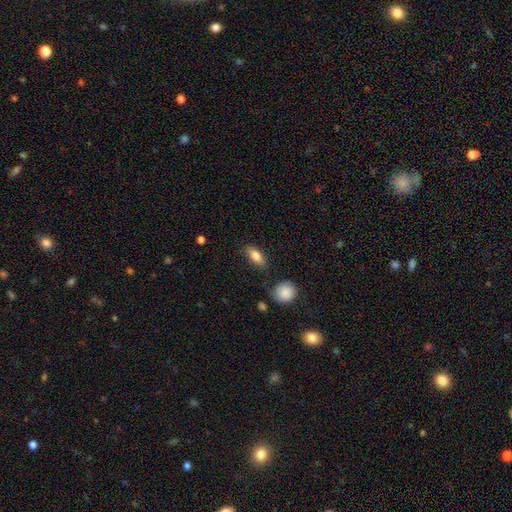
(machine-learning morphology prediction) Smooth or featured? Predicted: smooth (p=0.83). How rounded? Predicted: in between (p=0.83). Merging? Predicted: none (p=0.80).